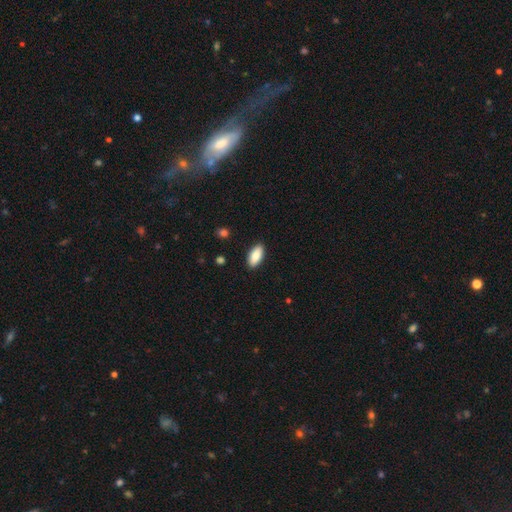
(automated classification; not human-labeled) This is clearly a smooth galaxy (87%). How rounded: clearly in between (89%). Merging: clearly none (90%).